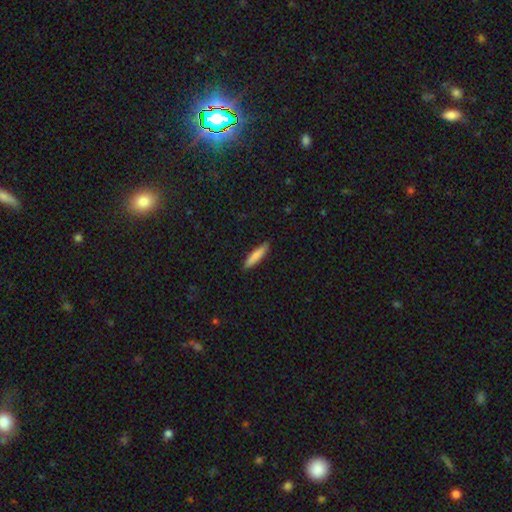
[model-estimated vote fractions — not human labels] smooth 82%, featured or disk 13%, star or artifact 6%. Down the decision tree: how rounded — cigar-shaped (83%); merging — none (88%).